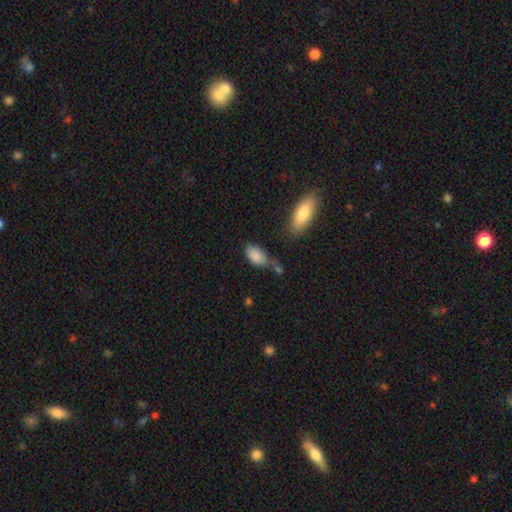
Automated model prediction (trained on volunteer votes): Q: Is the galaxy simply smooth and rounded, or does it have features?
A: smooth — 84%.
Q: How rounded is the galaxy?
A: in between — 92%.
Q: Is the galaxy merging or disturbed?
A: none — 42%.